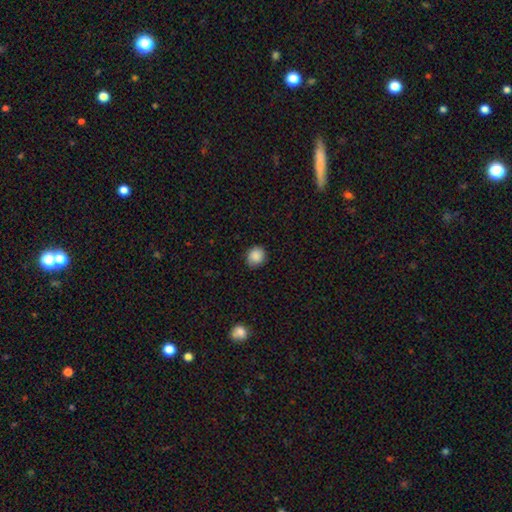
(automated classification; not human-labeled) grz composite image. It shows a smooth galaxy with no disk features (88%) that is round (76%). Merging: none (87%).